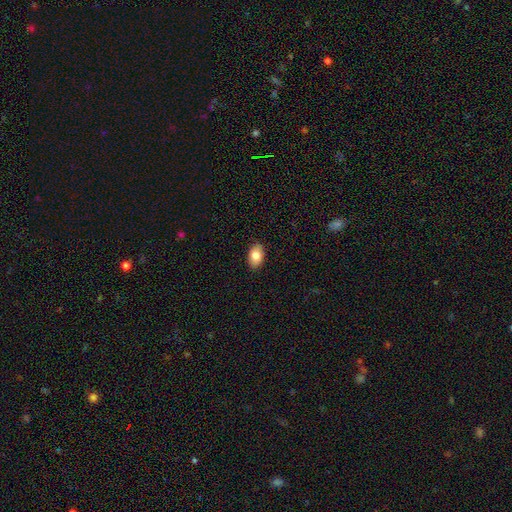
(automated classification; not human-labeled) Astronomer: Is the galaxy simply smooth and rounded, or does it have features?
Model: smooth — 82%.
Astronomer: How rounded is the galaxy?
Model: in between — 91%.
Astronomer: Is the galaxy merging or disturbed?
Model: none — 89%.